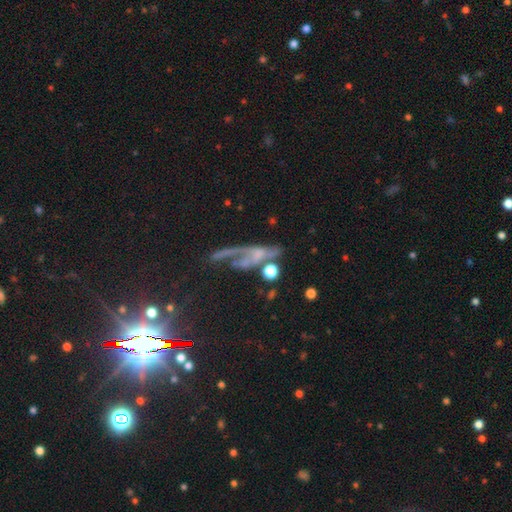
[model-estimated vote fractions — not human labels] Overall: featured or disk (52%; smooth 25%). Edge-on disk: no (79%). Merging: major disturbance (36%; none 31%).